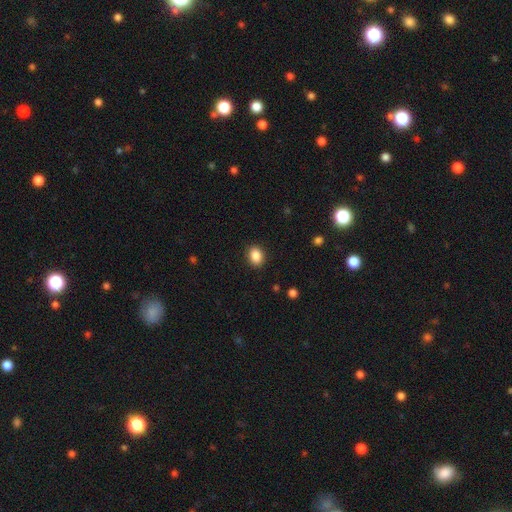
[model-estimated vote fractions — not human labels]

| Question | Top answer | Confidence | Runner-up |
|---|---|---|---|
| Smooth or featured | smooth | 87% | star or artifact (9%) |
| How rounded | in between | 58% | round (41%) |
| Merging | none | 90% | minor disturbance (7%) |